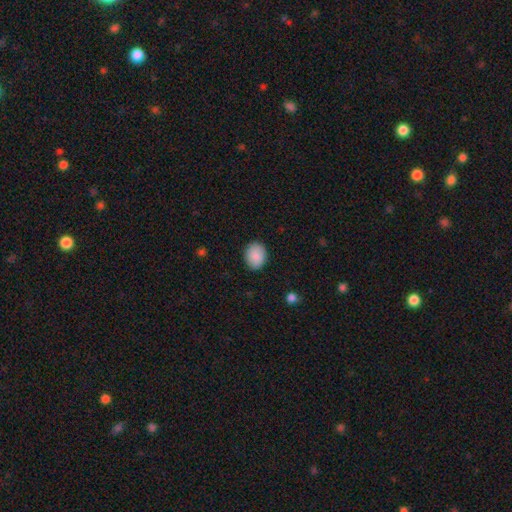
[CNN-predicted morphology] Overall: smooth (89%). How rounded: in between (50%; round 49%). Merging: none (88%).